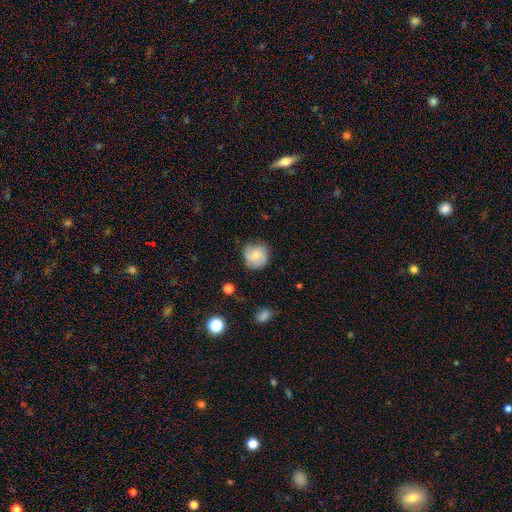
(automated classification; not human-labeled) A smooth galaxy with no disk features (64%) that is round (89%). Merging: none (71%).